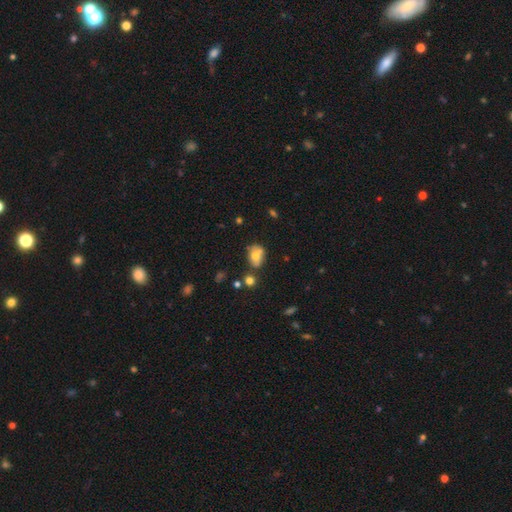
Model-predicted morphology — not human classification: Smooth or featured? Predicted: smooth (p=0.64). How rounded? Predicted: in between (p=0.66). Merging? Predicted: none (p=0.48).